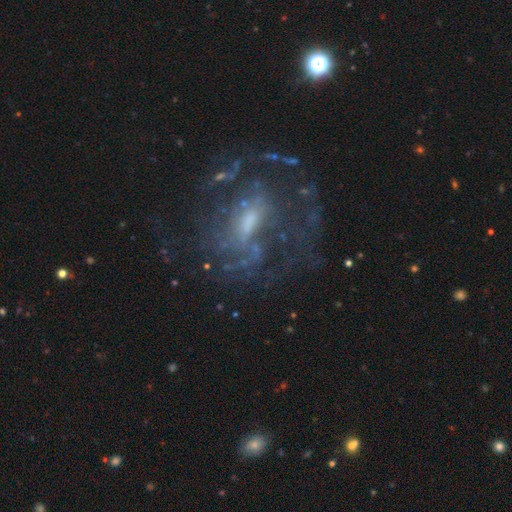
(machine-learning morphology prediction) A featured or disk galaxy (78%) with a weak bar (46%), medium (40%) spiral arms (76%) and a small central bulge (41%). Merging: none (58%).